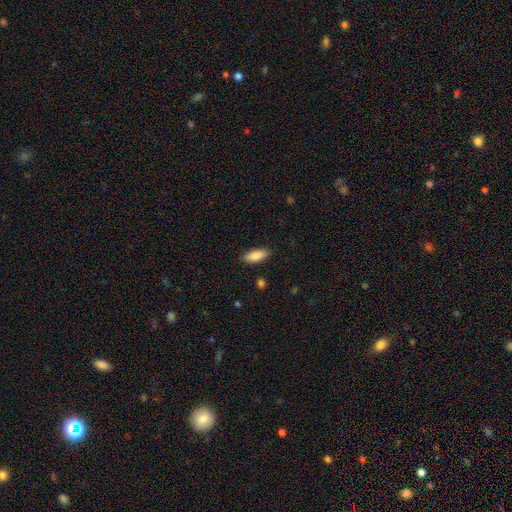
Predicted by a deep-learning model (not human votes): Q: Smooth or featured?
A: smooth (86%); runner-up: featured or disk (8%)
Q: How rounded?
A: in between (76%); runner-up: cigar-shaped (22%)
Q: Merging?
A: none (87%); runner-up: minor disturbance (10%)